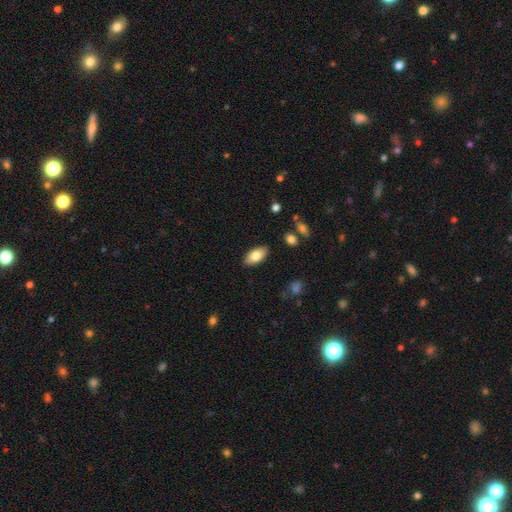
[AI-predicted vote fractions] Morphology: type=smooth (79%); roundness=in between (93%); merging=none (87%).